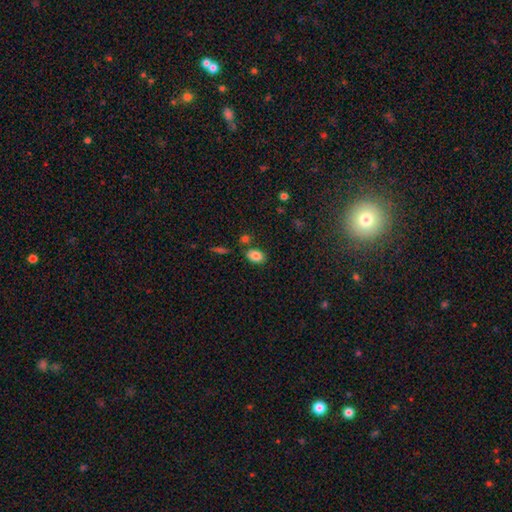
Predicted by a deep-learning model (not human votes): Overall: smooth (84%). How rounded: in between (86%). Merging: none (77%).